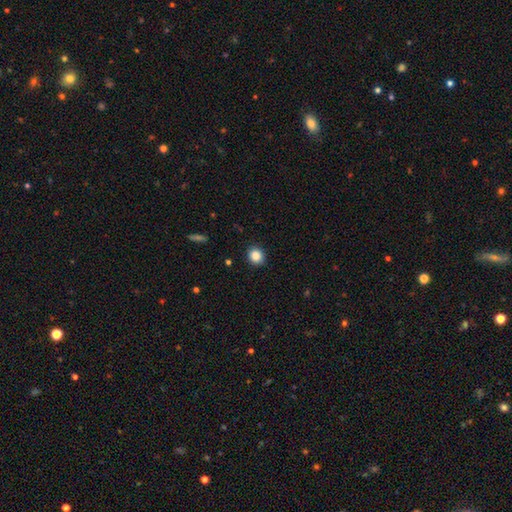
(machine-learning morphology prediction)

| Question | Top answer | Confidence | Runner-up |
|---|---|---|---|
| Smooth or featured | smooth | 86% | star or artifact (10%) |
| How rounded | round | 85% | in between (14%) |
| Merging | none | 91% | minor disturbance (6%) |